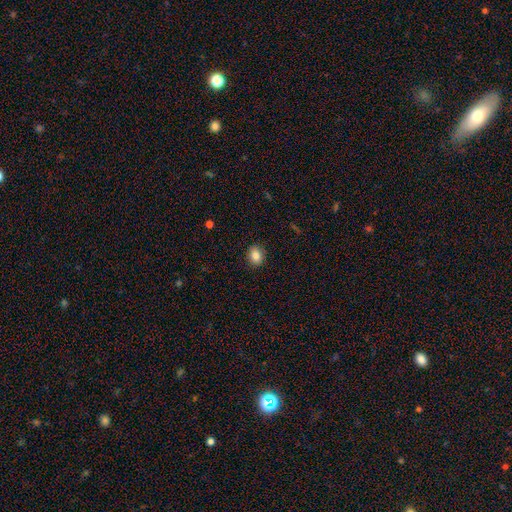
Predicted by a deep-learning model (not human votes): Overall: smooth (84%). How rounded: round (54%; in between 45%). Merging: none (90%).